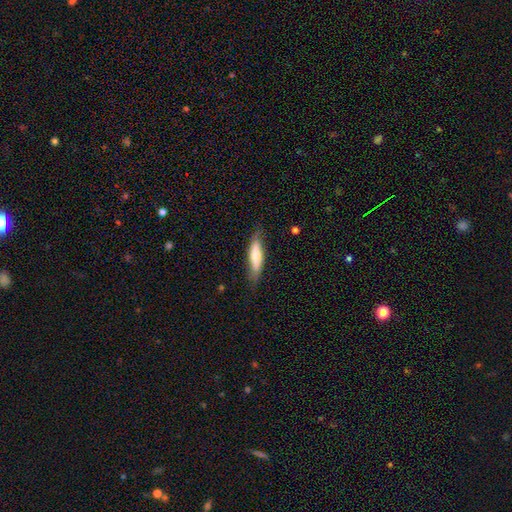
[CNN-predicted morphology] Q: Smooth or featured?
A: smooth (64%); runner-up: featured or disk (31%)
Q: How rounded?
A: cigar-shaped (65%); runner-up: in between (33%)
Q: Merging?
A: none (75%); runner-up: minor disturbance (20%)